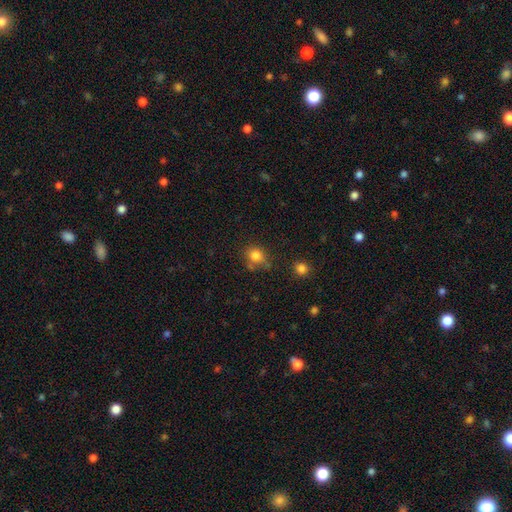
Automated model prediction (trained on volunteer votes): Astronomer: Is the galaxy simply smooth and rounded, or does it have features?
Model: smooth — 82%.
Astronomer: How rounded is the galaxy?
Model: round — 74%.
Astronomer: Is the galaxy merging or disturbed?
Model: none — 65%.